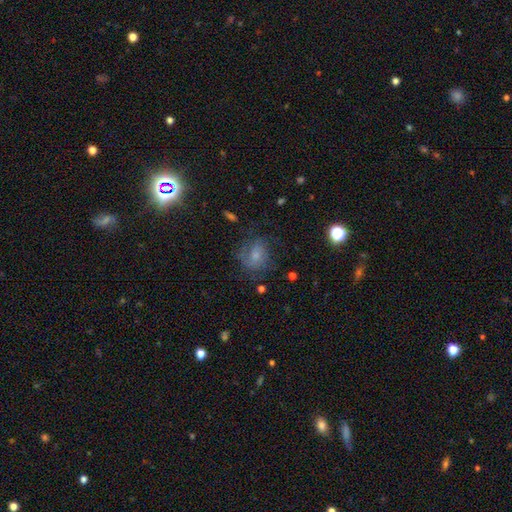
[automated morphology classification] Smooth or featured? Predicted: smooth (p=0.46). Merging? Predicted: none (p=0.55).